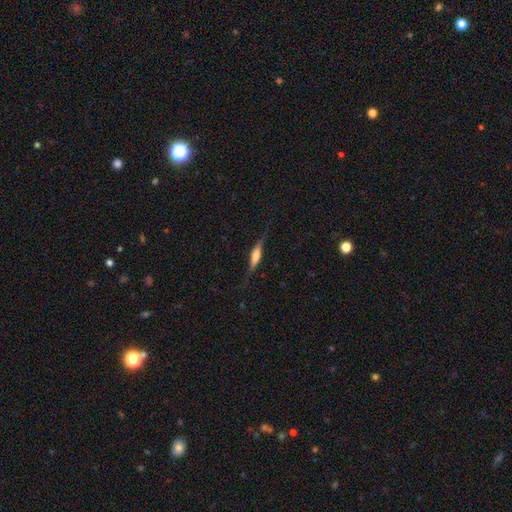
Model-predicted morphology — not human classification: Q: Smooth or featured?
A: featured or disk (60%); runner-up: smooth (34%)
Q: Edge-on disk?
A: yes (91%); runner-up: no (9%)
Q: Edge-on bulge?
A: rounded (75%); runner-up: boxy (18%)
Q: Merging?
A: none (72%); runner-up: minor disturbance (20%)